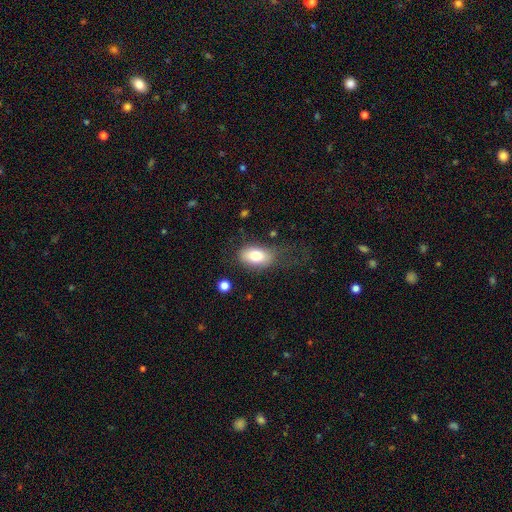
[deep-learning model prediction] smooth 77%, featured or disk 15%, star or artifact 8%. Down the decision tree: how rounded — in between (90%); merging — none (59%).